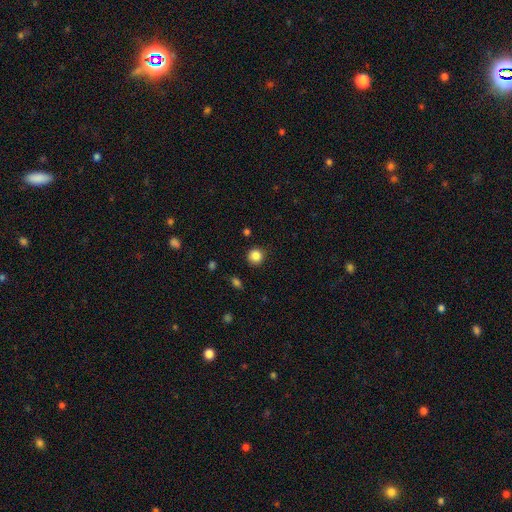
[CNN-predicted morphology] smooth-or-featured: smooth: 85% | star or artifact: 11% | featured or disk: 4%
  how-rounded: round: 93% | in between: 6% | cigar-shaped: 1%
  merging: none: 90% | minor disturbance: 7% | major disturbance: 2% | merger: 1%